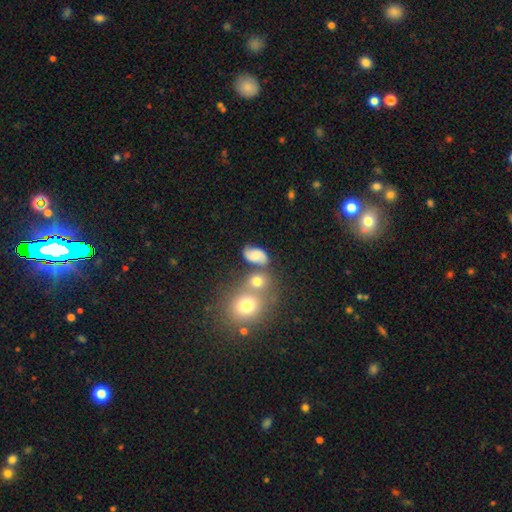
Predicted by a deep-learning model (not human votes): The model was most divided on "smooth or featured": smooth: 48%, featured or disk: 39%, star or artifact: 12%. More confident: merging — none (57%).